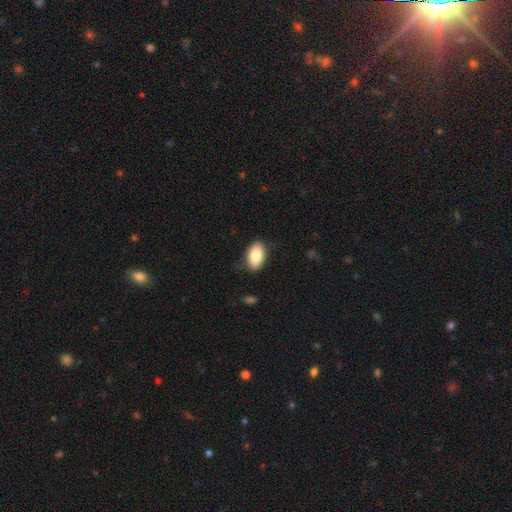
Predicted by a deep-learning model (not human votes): smooth-or-featured: smooth: 82% | featured or disk: 11% | star or artifact: 7%
  how-rounded: in between: 92% | round: 6% | cigar-shaped: 2%
  merging: none: 82% | minor disturbance: 14% | major disturbance: 3% | merger: 1%